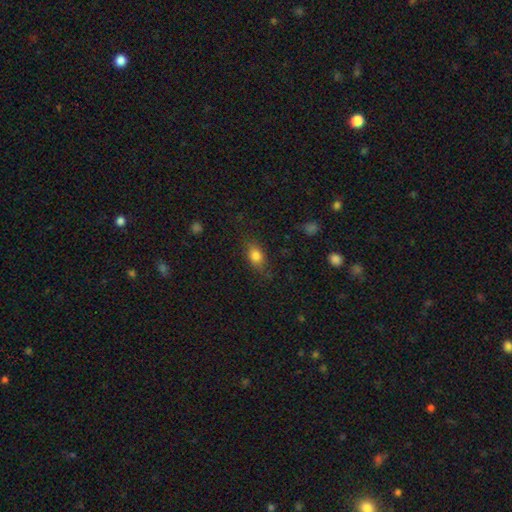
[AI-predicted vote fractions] A smooth galaxy with no disk features (80%) that is in between round and cigar-shaped (78%). Merging: none (75%).